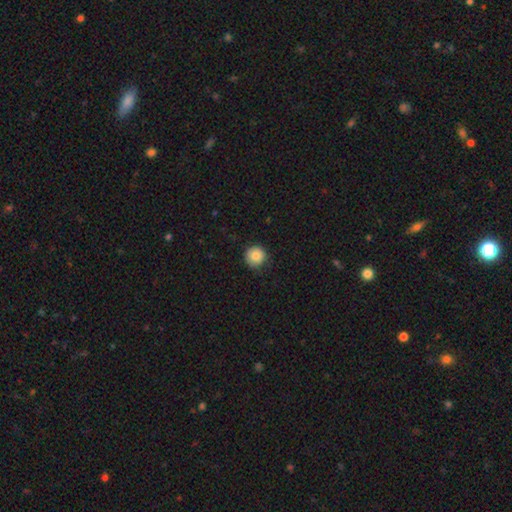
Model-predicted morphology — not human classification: Smooth or featured: smooth — 84% (star or artifact — 9%)
How rounded: round — 95% (in between — 4%)
Merging: none — 86% (minor disturbance — 11%)